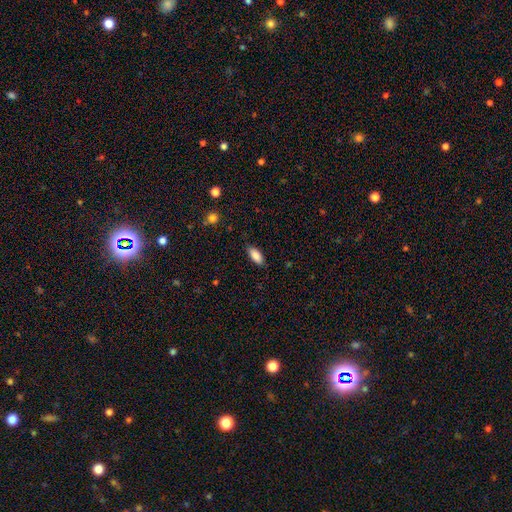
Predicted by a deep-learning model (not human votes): Smooth or featured: smooth — 88% (star or artifact — 7%)
How rounded: in between — 89% (cigar-shaped — 9%)
Merging: none — 86% (minor disturbance — 11%)